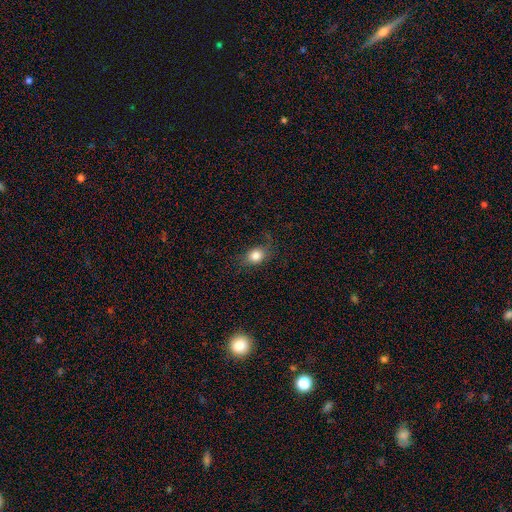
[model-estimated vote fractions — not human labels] Smooth or featured: smooth — 81% (star or artifact — 10%)
How rounded: in between — 54% (round — 45%)
Merging: none — 71% (minor disturbance — 19%)